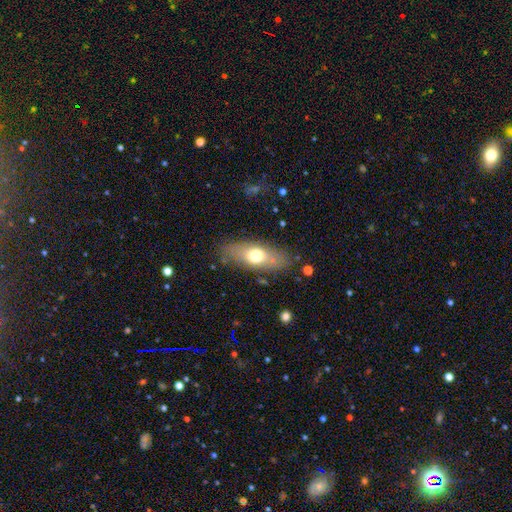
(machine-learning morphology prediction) A smooth galaxy with no disk features (63%) that is in between round and cigar-shaped (71%). Merging: none (80%).